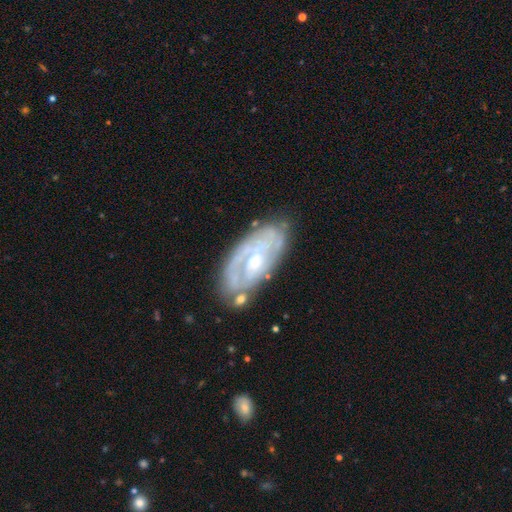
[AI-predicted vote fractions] Smooth or featured: featured or disk — 76% (smooth — 17%)
Edge-on disk: no — 91% (yes — 9%)
Bar: no — 52% (weak — 37%)
Spiral arms: yes — 80% (no — 20%)
Spiral winding: tight — 60% (medium — 30%)
Spiral arm count: can't tell — 46% (2 — 29%)
Bulge size: moderate — 47% (small — 42%)
Merging: none — 69% (minor disturbance — 20%)